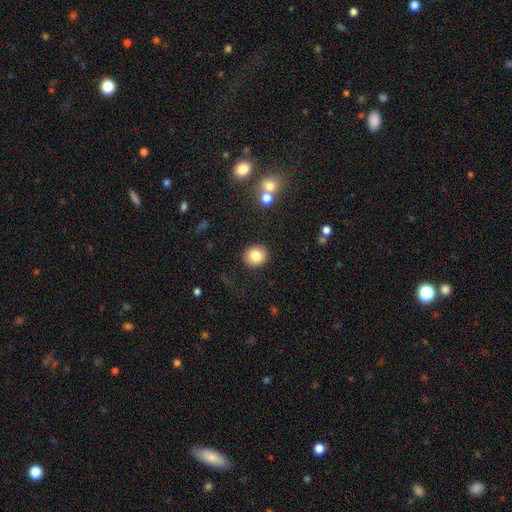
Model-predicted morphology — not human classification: Overall: smooth (83%). How rounded: round (85%). Merging: none (90%).